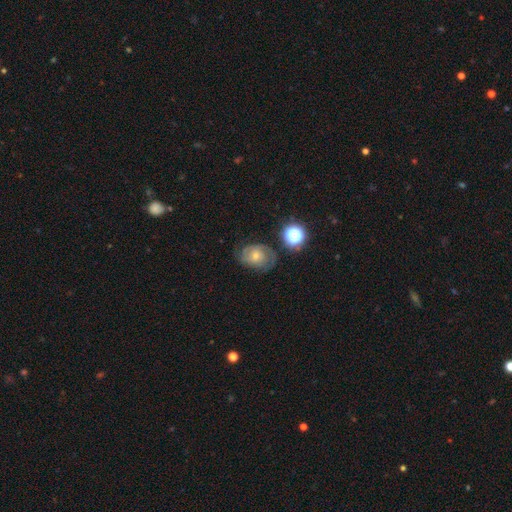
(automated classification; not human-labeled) This is possibly a featured or disk galaxy (52%). It is clearly not viewed edge-on (96%). Merging: likely none (65%).